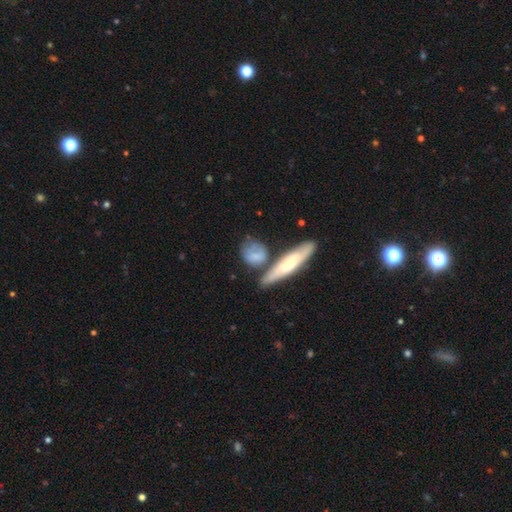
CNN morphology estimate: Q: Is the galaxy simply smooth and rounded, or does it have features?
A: smooth — 63%.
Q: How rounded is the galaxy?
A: round — 47%.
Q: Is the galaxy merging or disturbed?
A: none — 52%.